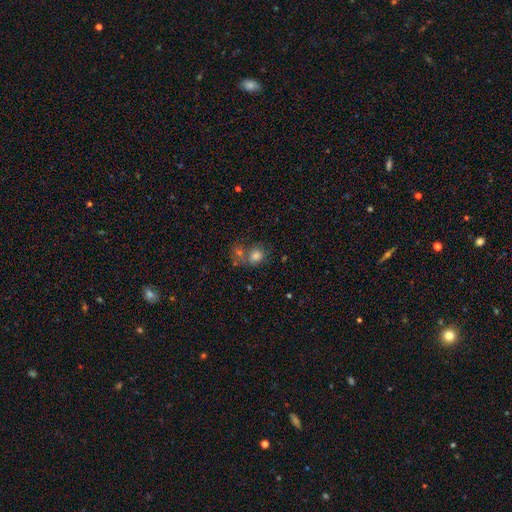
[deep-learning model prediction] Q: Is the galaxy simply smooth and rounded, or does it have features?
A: smooth — 70%.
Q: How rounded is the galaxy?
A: round — 67%.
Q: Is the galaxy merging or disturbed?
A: none — 40%.